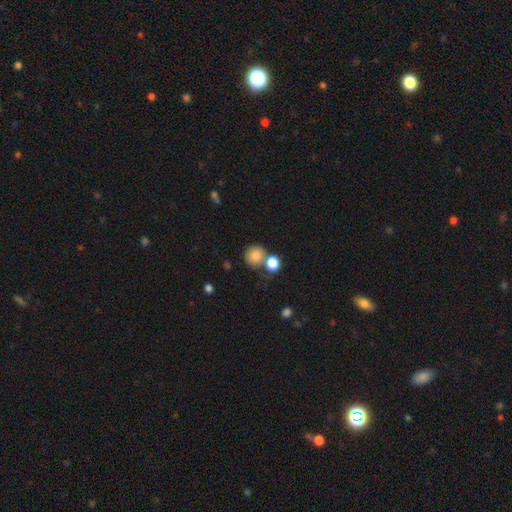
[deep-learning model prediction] Smooth or featured: smooth — 84% (star or artifact — 10%)
How rounded: round — 86% (in between — 13%)
Merging: none — 56% (merger — 29%)